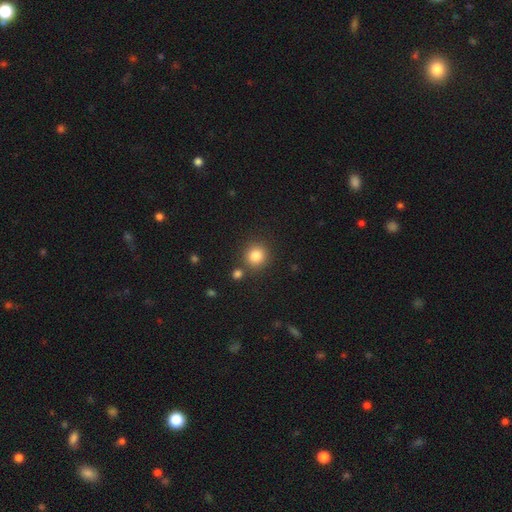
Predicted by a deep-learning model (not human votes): smooth-or-featured: smooth: 83% | star or artifact: 11% | featured or disk: 5%
  how-rounded: round: 90% | in between: 9% | cigar-shaped: 1%
  merging: none: 81% | minor disturbance: 8% | merger: 8% | major disturbance: 3%